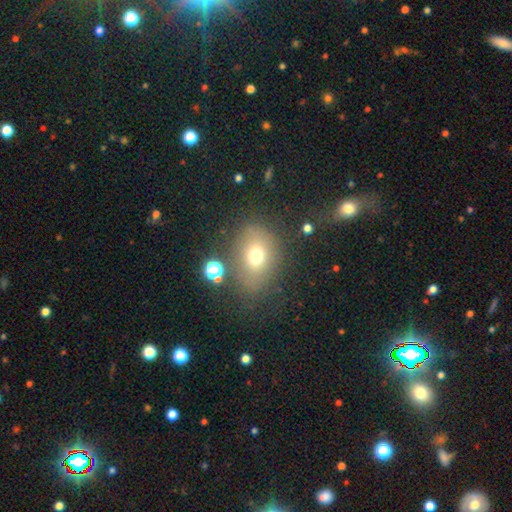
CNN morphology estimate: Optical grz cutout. It shows a smooth galaxy with no disk features (69%) that is in between round and cigar-shaped (54%). Merging: none (70%).